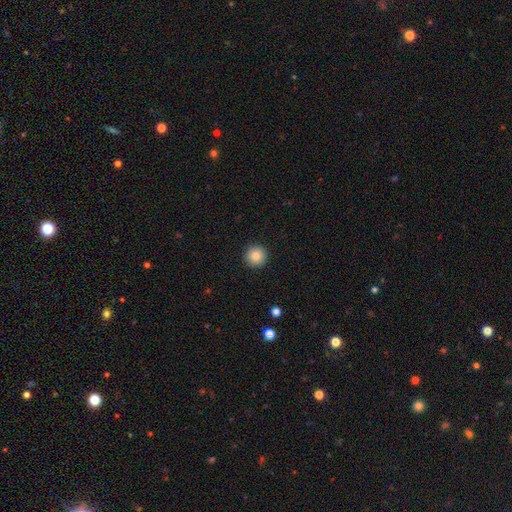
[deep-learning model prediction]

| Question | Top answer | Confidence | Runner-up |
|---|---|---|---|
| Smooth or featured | smooth | 85% | star or artifact (9%) |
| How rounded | round | 96% | in between (3%) |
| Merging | none | 93% | minor disturbance (4%) |